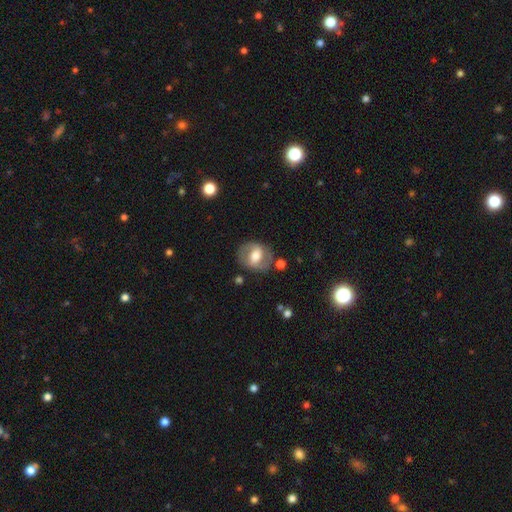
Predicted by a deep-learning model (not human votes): Q: Smooth or featured?
A: featured or disk (58%); runner-up: smooth (36%)
Q: Edge-on disk?
A: no (95%); runner-up: yes (5%)
Q: Bar?
A: weak (39%); runner-up: strong (35%)
Q: Spiral arms?
A: yes (56%); runner-up: no (44%)
Q: Bulge size?
A: moderate (63%); runner-up: large (21%)
Q: Merging?
A: none (75%); runner-up: minor disturbance (14%)